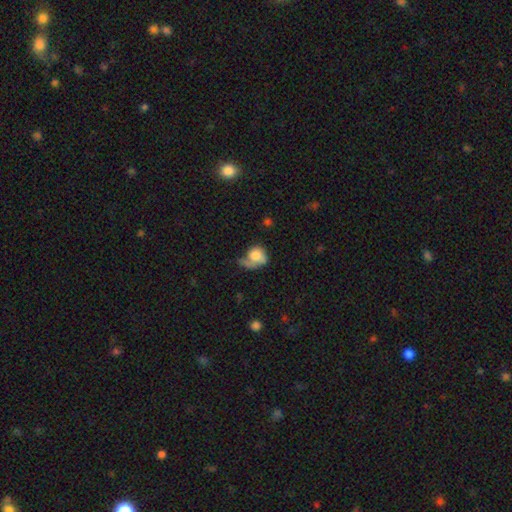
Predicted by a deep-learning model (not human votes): Smooth or featured?
  - smooth: 61% *
  - featured or disk: 31%
  - star or artifact: 8%
How rounded?
  - round: 57% *
  - in between: 42%
  - cigar-shaped: 1%
Merging?
  - major disturbance: 39% *
  - none: 26%
  - minor disturbance: 24%
  - merger: 10%